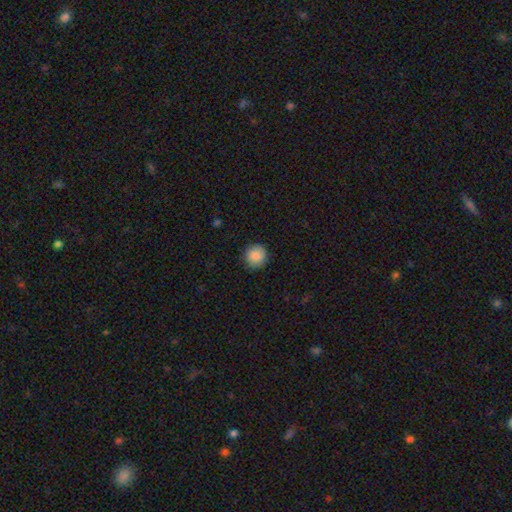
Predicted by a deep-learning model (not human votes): smooth-or-featured: smooth: 88% | star or artifact: 8% | featured or disk: 4%
  how-rounded: round: 94% | in between: 5% | cigar-shaped: 1%
  merging: none: 90% | minor disturbance: 7% | major disturbance: 2% | merger: 1%